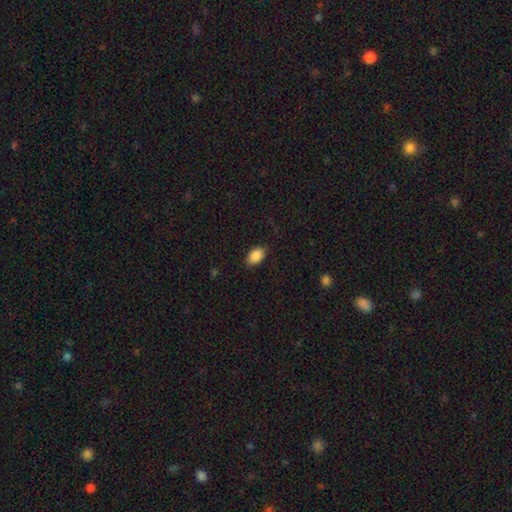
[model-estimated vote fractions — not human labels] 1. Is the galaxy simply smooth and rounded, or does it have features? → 89% smooth, 7% star or artifact, 4% featured or disk.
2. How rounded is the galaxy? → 90% in between, 8% round, 2% cigar-shaped.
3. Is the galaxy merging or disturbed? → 84% none, 12% minor disturbance, 3% major disturbance, 1% merger.